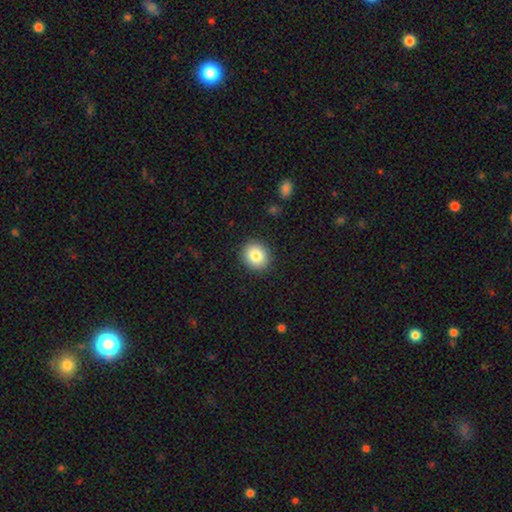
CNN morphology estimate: This appears to be a smooth galaxy with no disk features (84%) that is round (80%). Merging: none (90%).